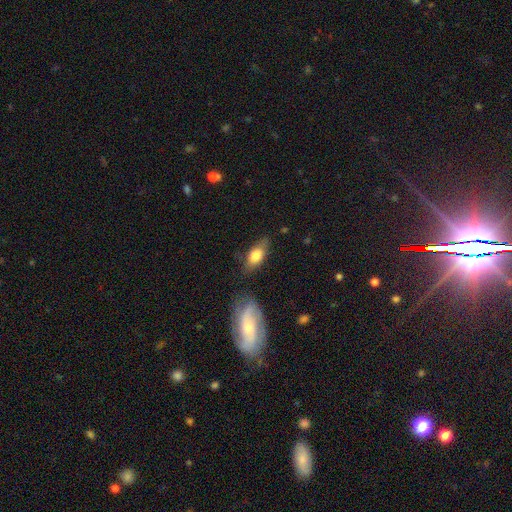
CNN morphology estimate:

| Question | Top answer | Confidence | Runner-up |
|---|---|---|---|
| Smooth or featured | smooth | 73% | featured or disk (20%) |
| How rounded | in between | 82% | cigar-shaped (12%) |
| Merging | none | 69% | minor disturbance (21%) |